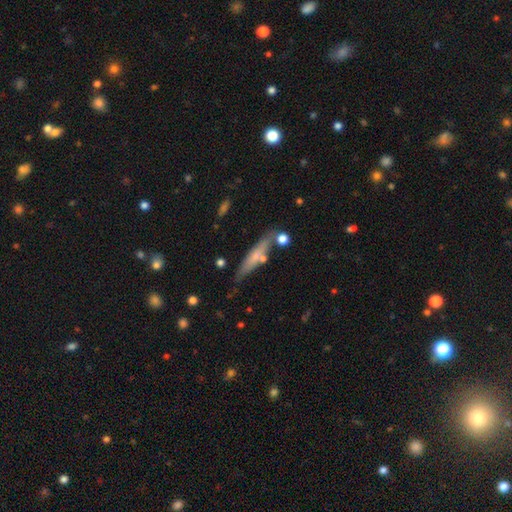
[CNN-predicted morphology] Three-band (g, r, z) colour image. It shows a smooth galaxy with no disk features (54%) that is cigar-shaped (86%). Merging: none (72%).